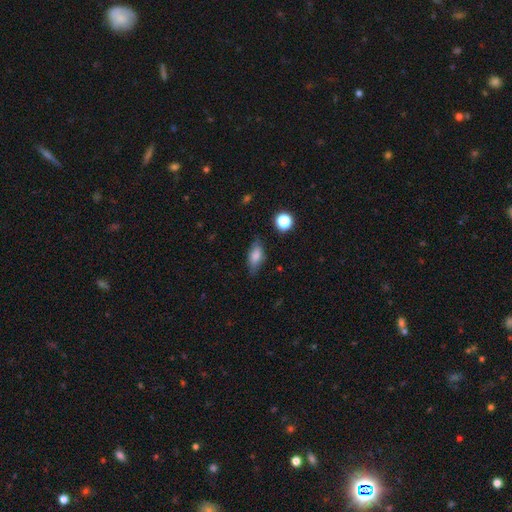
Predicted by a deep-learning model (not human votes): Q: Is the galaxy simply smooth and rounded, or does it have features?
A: smooth — 77%.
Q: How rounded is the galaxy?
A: in between — 80%.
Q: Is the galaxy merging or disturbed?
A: none — 76%.